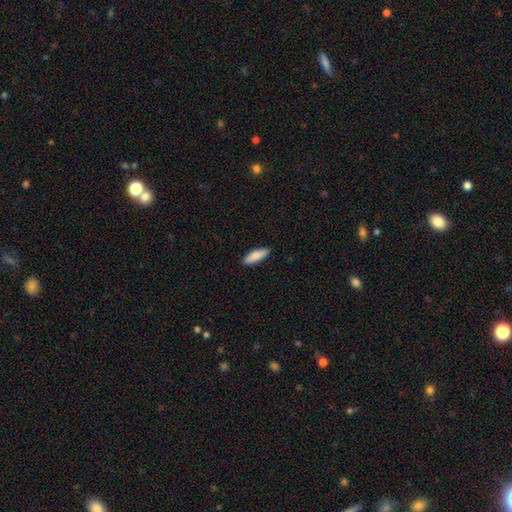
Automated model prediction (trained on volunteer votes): smooth 86%, featured or disk 9%, star or artifact 6%. Down the decision tree: how rounded — cigar-shaped (49%, tied with in between); merging — none (90%).